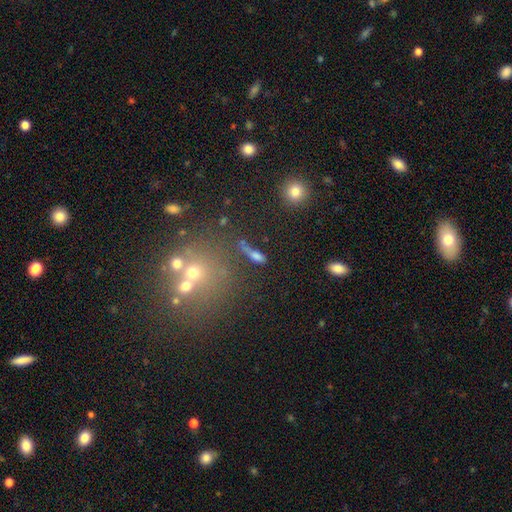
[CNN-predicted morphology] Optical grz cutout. It shows a smooth galaxy with no disk features (59%) that is cigar-shaped (47%). Merging: none (62%).